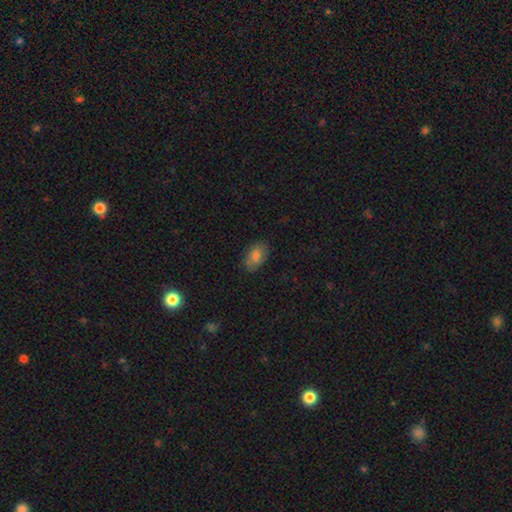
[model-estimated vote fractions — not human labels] Smooth or featured? smooth (78%)
How rounded? in between (92%)
Merging? none (81%)